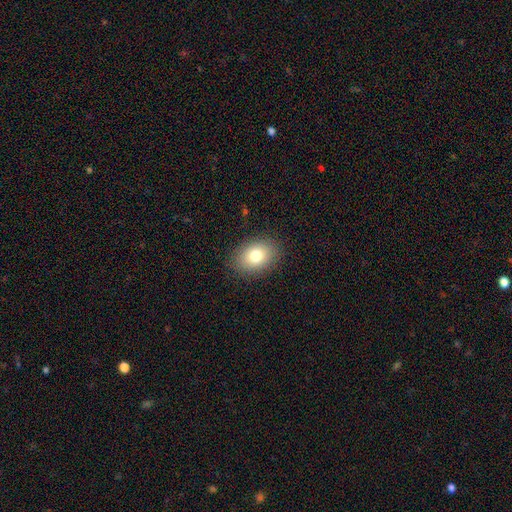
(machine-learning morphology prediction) A smooth galaxy with no disk features (80%) that is in between round and cigar-shaped (79%). Merging: none (87%).